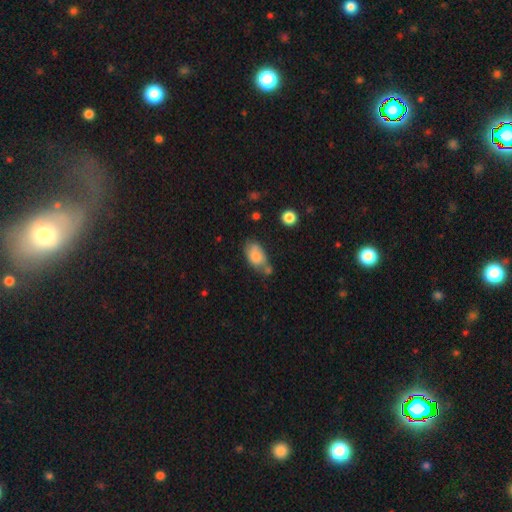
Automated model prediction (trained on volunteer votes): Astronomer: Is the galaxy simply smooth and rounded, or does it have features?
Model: smooth — 80%.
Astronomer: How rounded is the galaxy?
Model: in between — 89%.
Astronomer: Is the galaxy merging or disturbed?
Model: none — 44% (runner-up: minor disturbance, 25%).